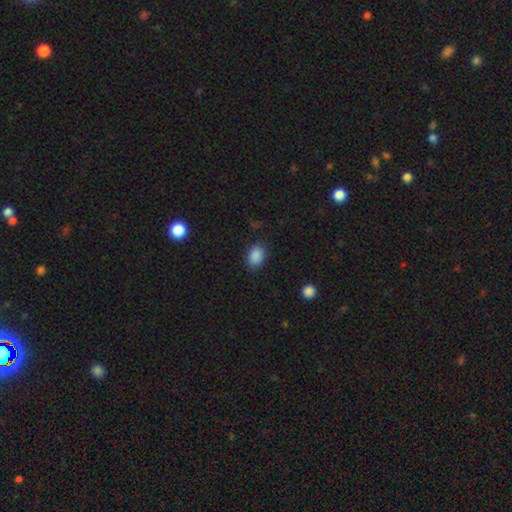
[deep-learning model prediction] smooth_or_featured: smooth (p=0.87) [alt: star or artifact p=0.09]
how_rounded: in between (p=0.75) [alt: round p=0.24]
merging: none (p=0.83) [alt: minor disturbance p=0.12]